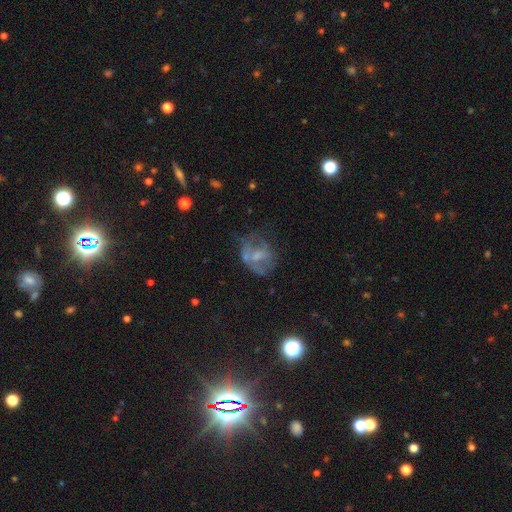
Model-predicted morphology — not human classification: featured or disk 50%, smooth 35%, star or artifact 15%. Down the decision tree: merging — none (39%).